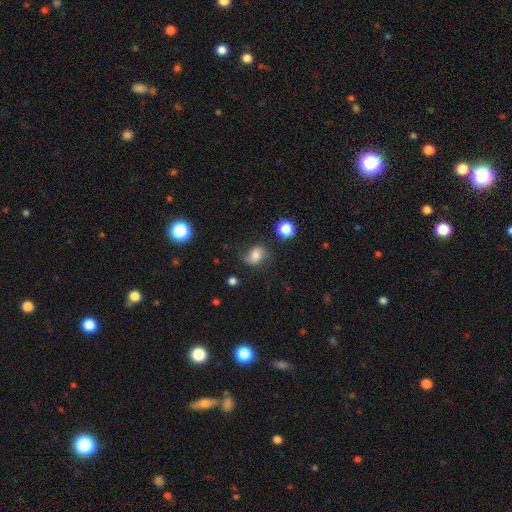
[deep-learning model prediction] Smooth or featured: smooth — 45% (featured or disk — 40%)
Merging: none — 67% (minor disturbance — 21%)